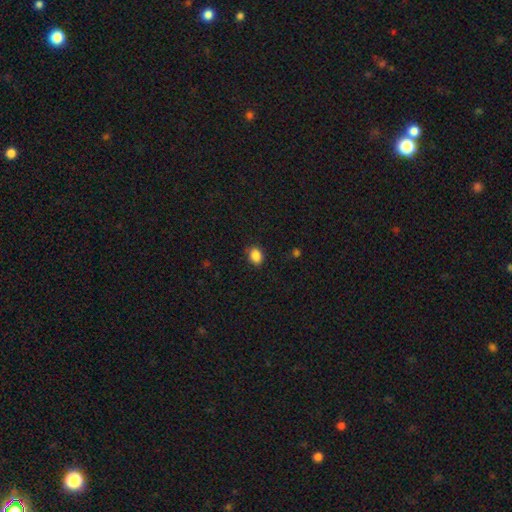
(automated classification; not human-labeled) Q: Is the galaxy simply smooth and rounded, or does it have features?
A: smooth — 87%.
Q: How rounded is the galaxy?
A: in between — 55%.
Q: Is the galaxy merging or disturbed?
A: none — 84%.